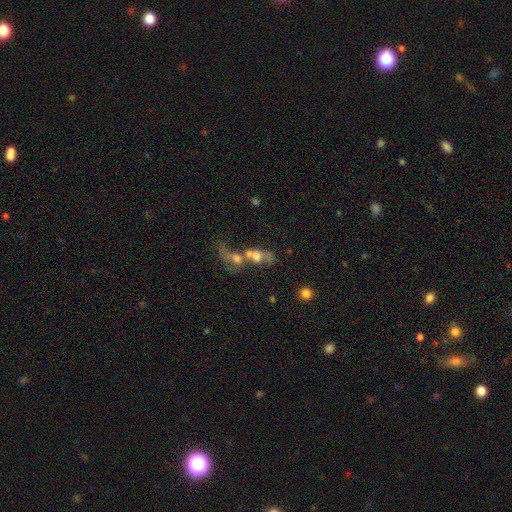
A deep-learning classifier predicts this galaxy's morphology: Overall: smooth (51%; featured or disk 34%). How rounded: in between (60%; round 32%). Merging: merger (69%).